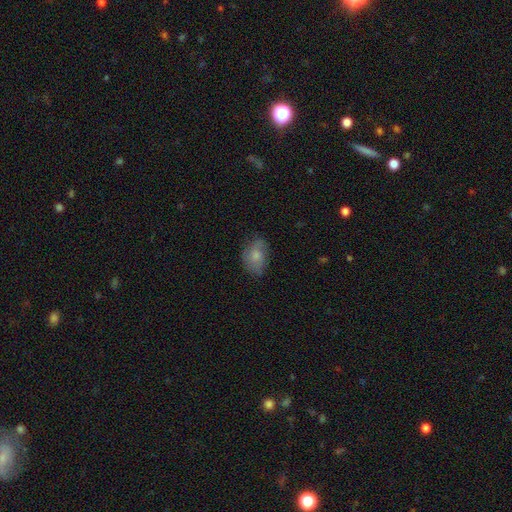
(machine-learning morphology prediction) Smooth or featured?
  - smooth: 73% *
  - featured or disk: 19%
  - star or artifact: 8%
How rounded?
  - in between: 77% *
  - round: 21%
  - cigar-shaped: 1%
Merging?
  - none: 68% *
  - minor disturbance: 24%
  - major disturbance: 7%
  - merger: 1%